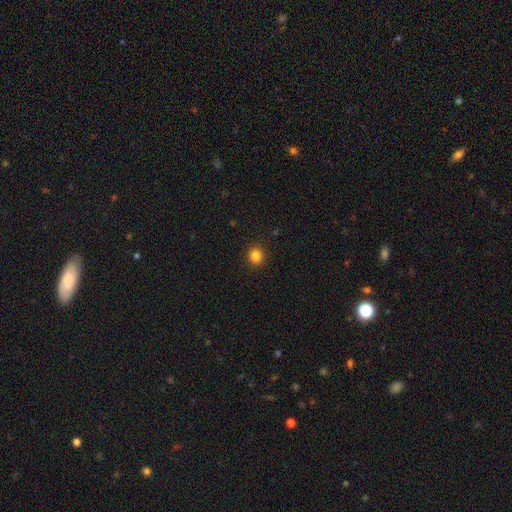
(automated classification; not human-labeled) The model was most divided on "smooth or featured": smooth: 84%, star or artifact: 12%, featured or disk: 4%. More confident: merging — none (92%); how rounded — round (89%).